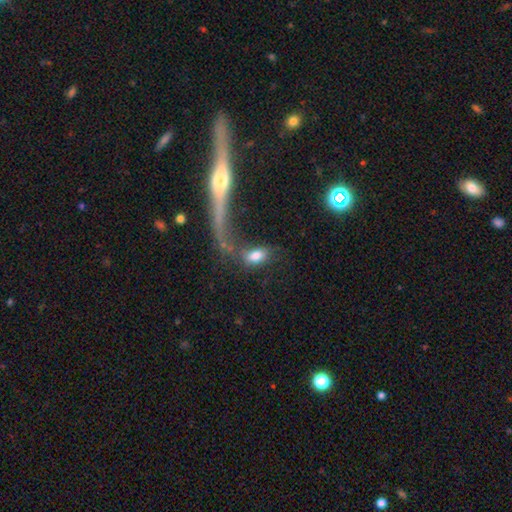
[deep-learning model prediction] smooth 73%, featured or disk 17%, star or artifact 10%. Down the decision tree: how rounded — in between (82%); merging — none (41%).